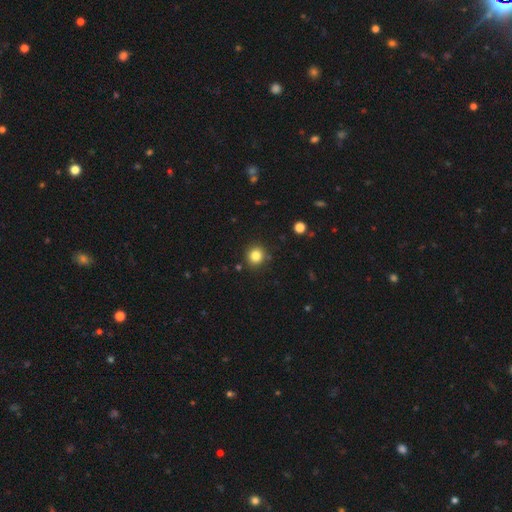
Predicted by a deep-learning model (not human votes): Overall: smooth (83%). How rounded: round (90%). Merging: none (88%).